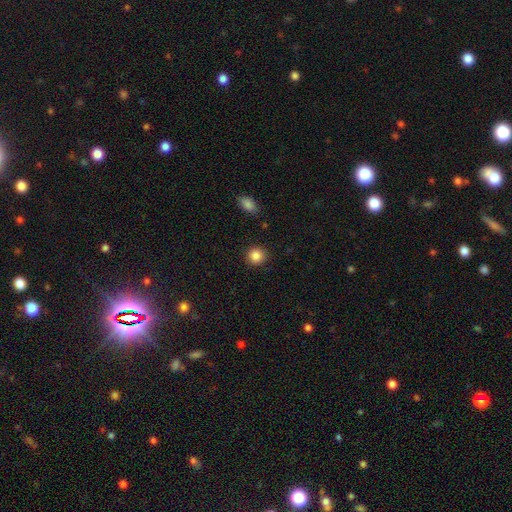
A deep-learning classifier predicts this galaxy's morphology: smooth-or-featured: smooth: 86% | star or artifact: 10% | featured or disk: 4%
  how-rounded: round: 91% | in between: 9% | cigar-shaped: 1%
  merging: none: 90% | minor disturbance: 6% | major disturbance: 2% | merger: 2%